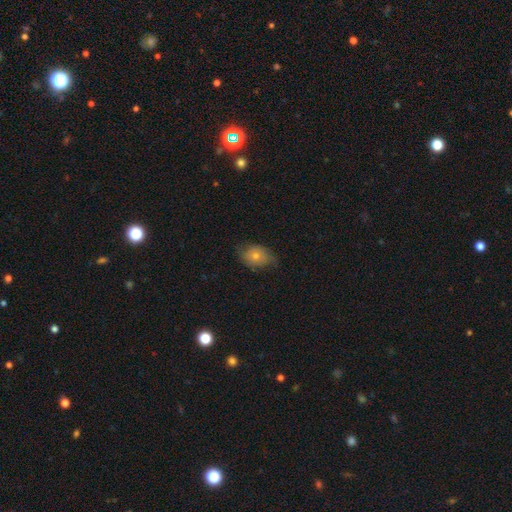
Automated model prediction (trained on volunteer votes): Smooth or featured? smooth (65%)
How rounded? in between (67%)
Merging? none (66%)